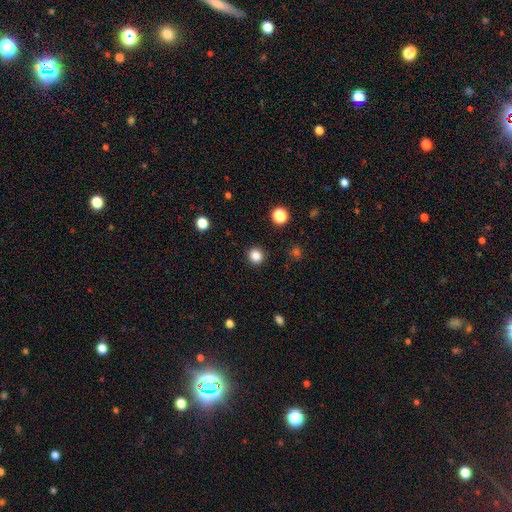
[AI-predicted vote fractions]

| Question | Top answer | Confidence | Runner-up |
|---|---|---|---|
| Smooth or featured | smooth | 85% | star or artifact (12%) |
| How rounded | round | 91% | in between (8%) |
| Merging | none | 92% | minor disturbance (5%) |